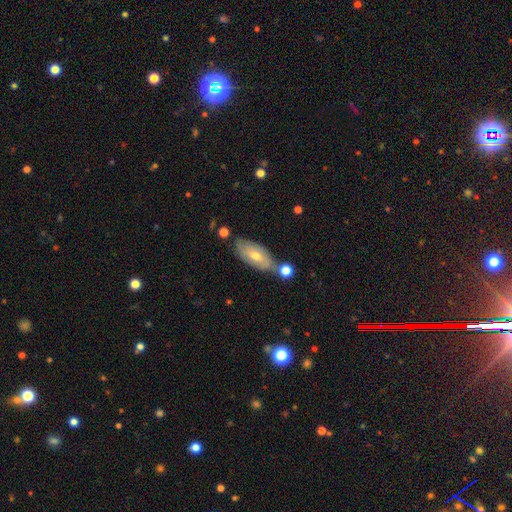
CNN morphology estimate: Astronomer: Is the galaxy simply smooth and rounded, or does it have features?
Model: smooth — 51% (runner-up: featured or disk, 42%).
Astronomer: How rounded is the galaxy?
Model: in between — 86%.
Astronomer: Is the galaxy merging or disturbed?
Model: none — 66%.